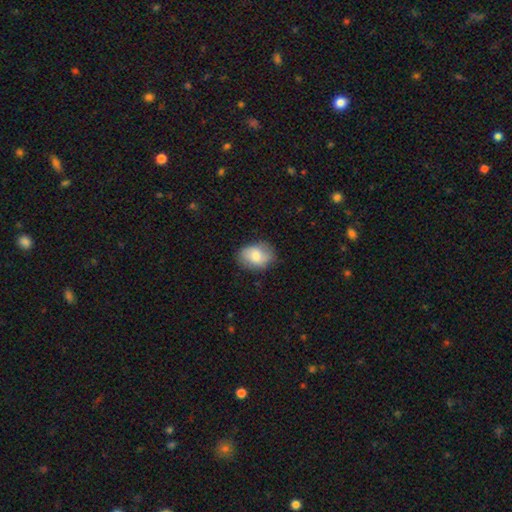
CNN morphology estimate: smooth_or_featured: smooth (p=0.75) [alt: featured or disk p=0.18]
how_rounded: in between (p=0.74) [alt: round p=0.25]
merging: none (p=0.76) [alt: minor disturbance p=0.19]